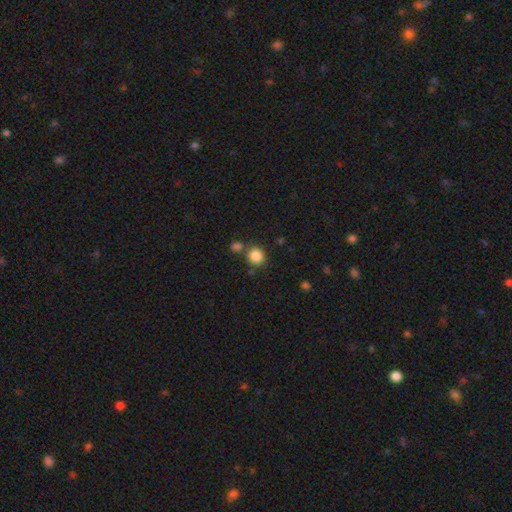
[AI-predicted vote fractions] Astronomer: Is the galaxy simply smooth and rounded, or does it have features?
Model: smooth — 85%.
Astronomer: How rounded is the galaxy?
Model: round — 85%.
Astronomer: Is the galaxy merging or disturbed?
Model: none — 72%.